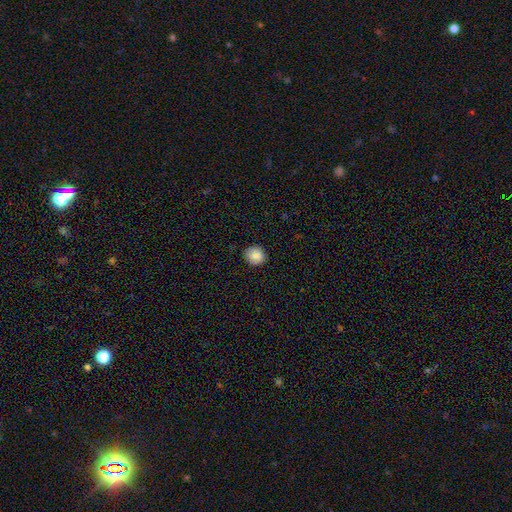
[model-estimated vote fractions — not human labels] smooth_or_featured: smooth (p=0.87) [alt: star or artifact p=0.08]
how_rounded: round (p=0.79) [alt: in between p=0.20]
merging: none (p=0.86) [alt: minor disturbance p=0.11]